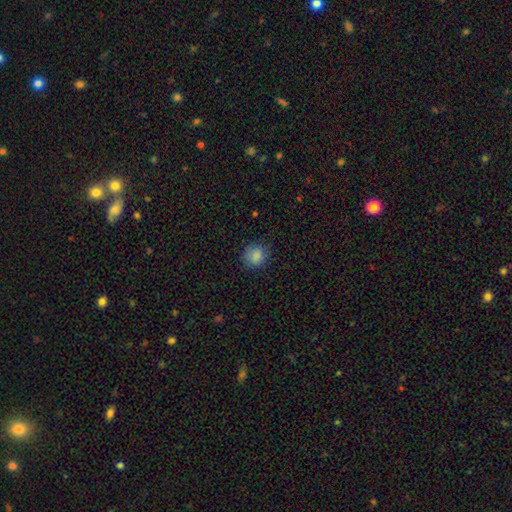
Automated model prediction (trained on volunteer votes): Smooth or featured? smooth (86%)
How rounded? round (86%)
Merging? none (83%)